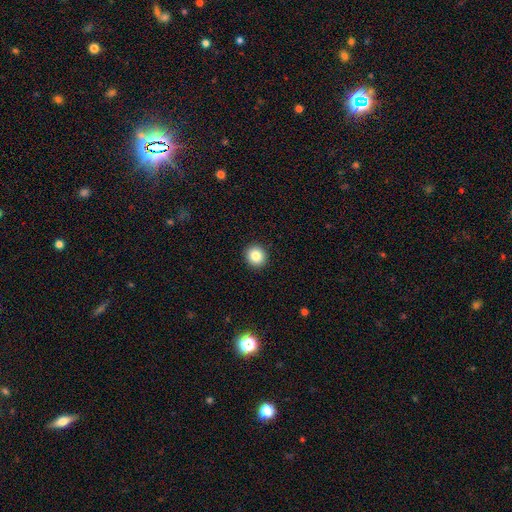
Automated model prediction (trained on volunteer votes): smooth_or_featured: smooth (p=0.85) [alt: star or artifact p=0.10]
how_rounded: round (p=0.91) [alt: in between p=0.08]
merging: none (p=0.93) [alt: minor disturbance p=0.05]